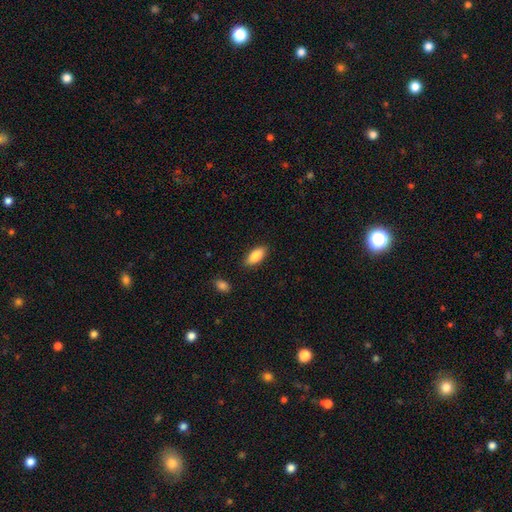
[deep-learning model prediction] This appears to be a smooth galaxy with no disk features (87%) that is in between round and cigar-shaped (86%). Merging: none (86%).